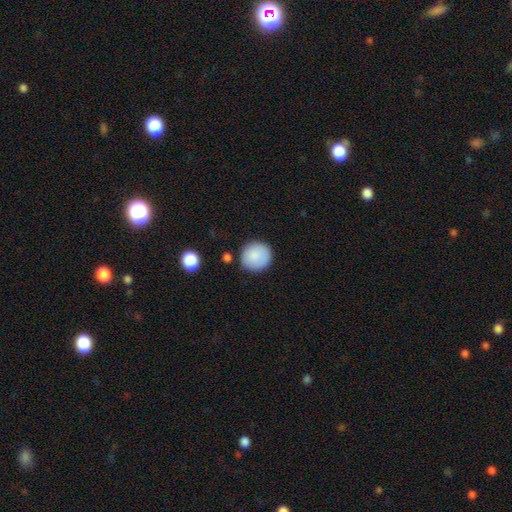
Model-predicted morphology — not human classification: A smooth galaxy with no disk features (88%) that is round (90%). Merging: none (84%).